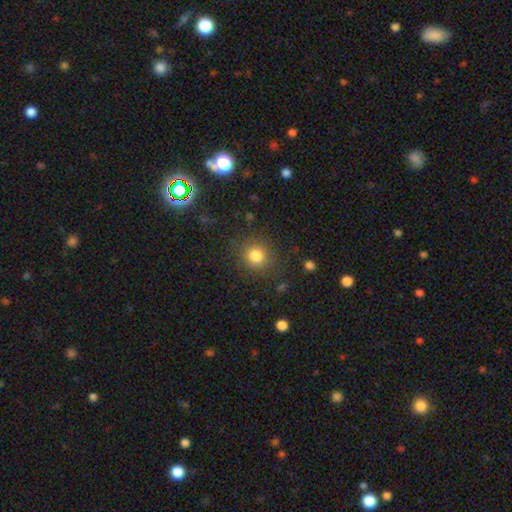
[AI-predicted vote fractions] A smooth galaxy with no disk features (82%) that is round (89%). Merging: none (86%).